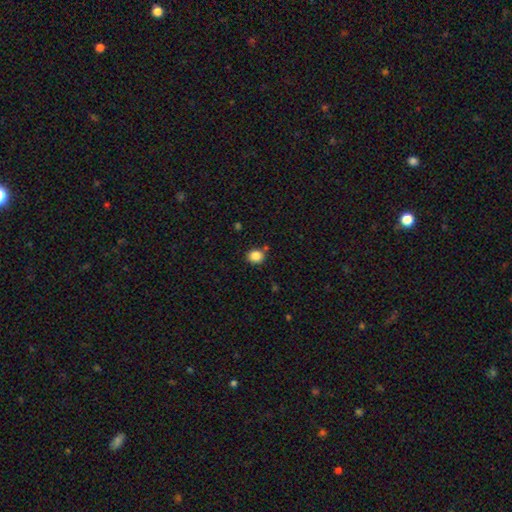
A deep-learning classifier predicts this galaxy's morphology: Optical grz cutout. It shows a smooth galaxy with no disk features (85%) that is round (75%). Merging: none (82%).